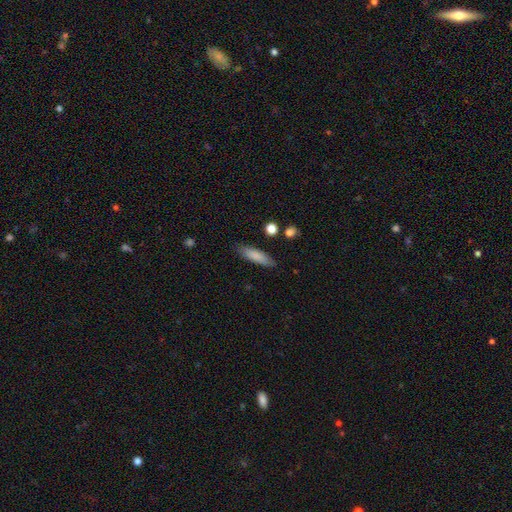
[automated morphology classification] Q: Smooth or featured?
A: smooth (82%); runner-up: featured or disk (11%)
Q: How rounded?
A: cigar-shaped (65%); runner-up: in between (34%)
Q: Merging?
A: none (84%); runner-up: minor disturbance (11%)